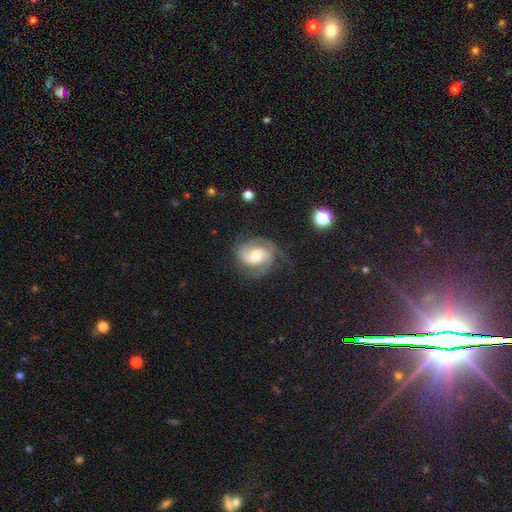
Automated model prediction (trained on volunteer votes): Smooth or featured: featured or disk — 87% (smooth — 8%)
Edge-on disk: no — 98% (yes — 2%)
Bar: no — 45% (weak — 44%)
Spiral arms: yes — 97% (no — 3%)
Spiral winding: medium — 50% (tight — 38%)
Spiral arm count: 2 — 76% (3 — 11%)
Bulge size: moderate — 57% (small — 19%)
Merging: none — 68% (minor disturbance — 20%)